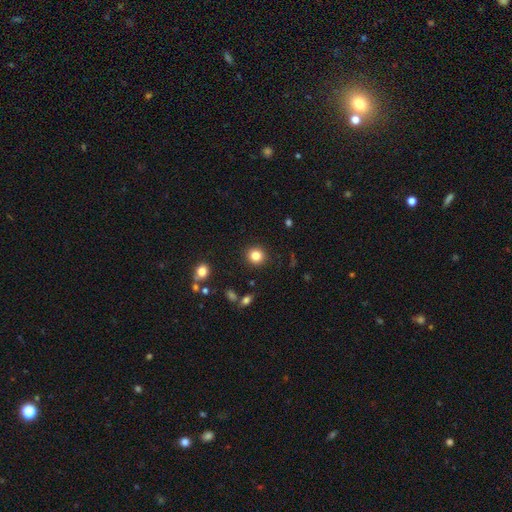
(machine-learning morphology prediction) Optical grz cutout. It shows a smooth galaxy with no disk features (83%) that is round (91%). Merging: none (91%).